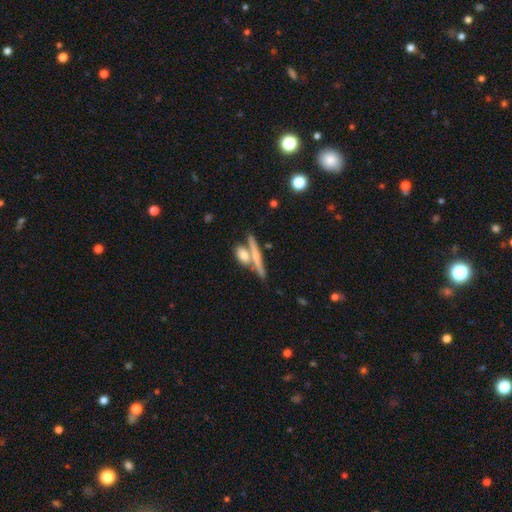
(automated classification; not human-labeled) Morphology: type=smooth (55%); roundness=cigar-shaped (71%); merging=none (55%).